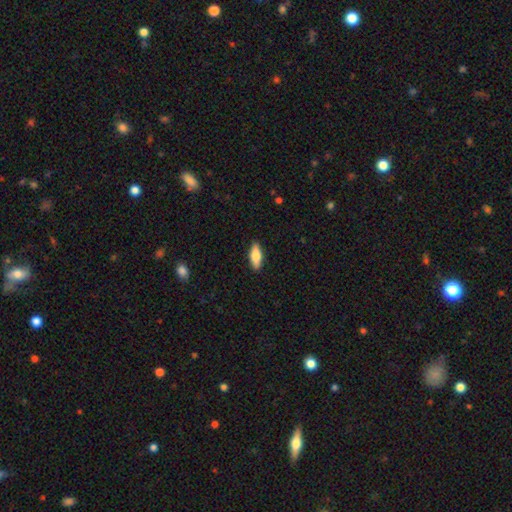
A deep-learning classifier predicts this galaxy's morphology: Smooth or featured?
  - smooth: 73% *
  - featured or disk: 21%
  - star or artifact: 6%
How rounded?
  - in between: 65% *
  - cigar-shaped: 32%
  - round: 2%
Merging?
  - none: 89% *
  - minor disturbance: 8%
  - major disturbance: 2%
  - merger: 1%